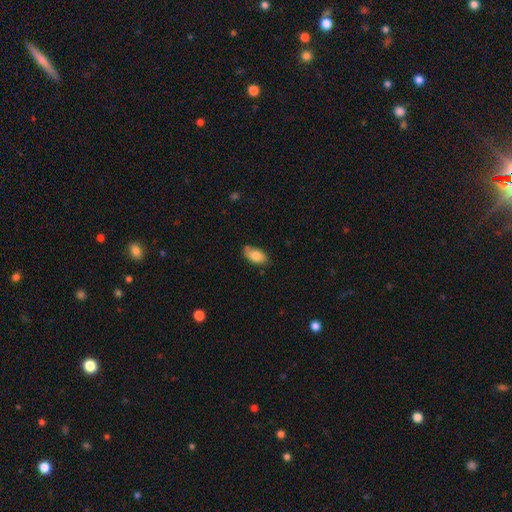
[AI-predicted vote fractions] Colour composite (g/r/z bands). It shows a smooth galaxy with no disk features (79%) that is in between round and cigar-shaped (93%). Merging: none (76%).